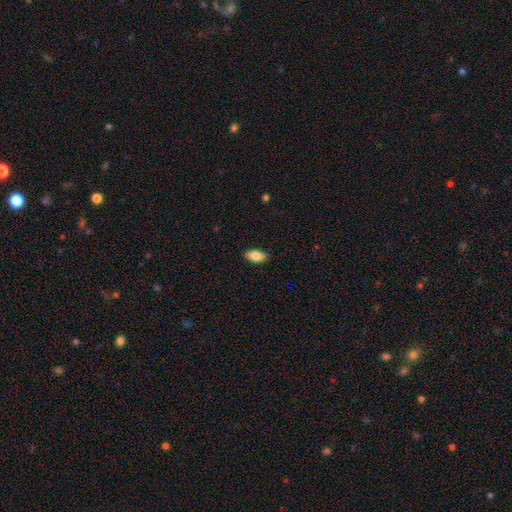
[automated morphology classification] Smooth or featured? smooth (84%)
How rounded? in between (92%)
Merging? none (88%)